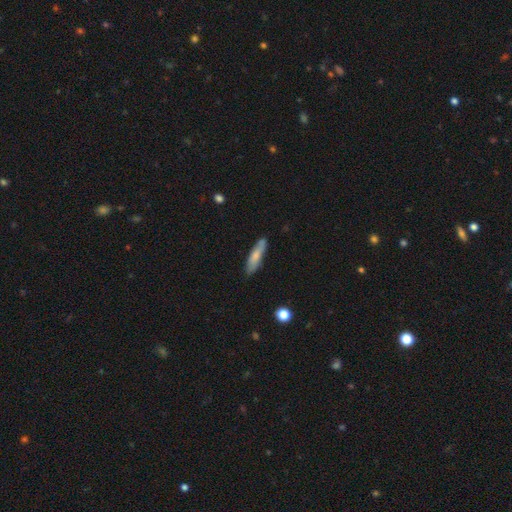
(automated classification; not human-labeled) Smooth or featured: smooth — 69% (featured or disk — 25%)
How rounded: cigar-shaped — 77% (in between — 22%)
Merging: none — 76% (minor disturbance — 18%)